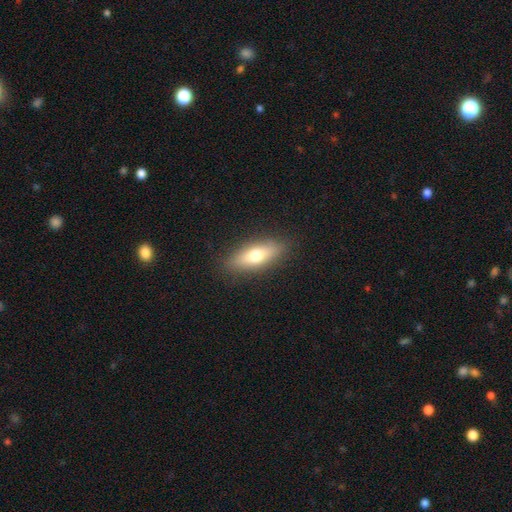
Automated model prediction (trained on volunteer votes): Q: Smooth or featured?
A: smooth (66%); runner-up: featured or disk (27%)
Q: How rounded?
A: in between (61%); runner-up: cigar-shaped (35%)
Q: Merging?
A: none (87%); runner-up: minor disturbance (9%)